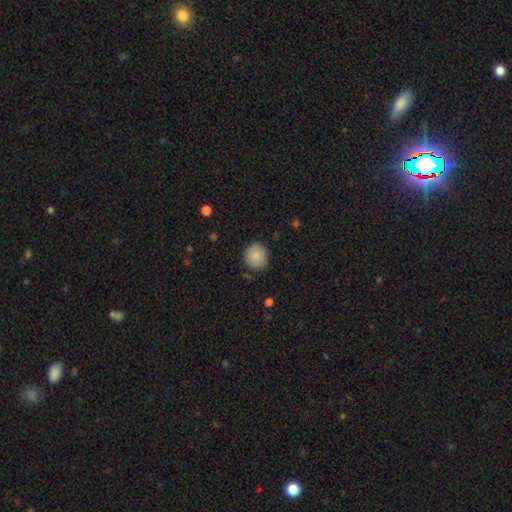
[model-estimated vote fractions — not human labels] This is clearly a smooth galaxy (86%). How rounded: clearly round (89%). Merging: clearly none (85%).